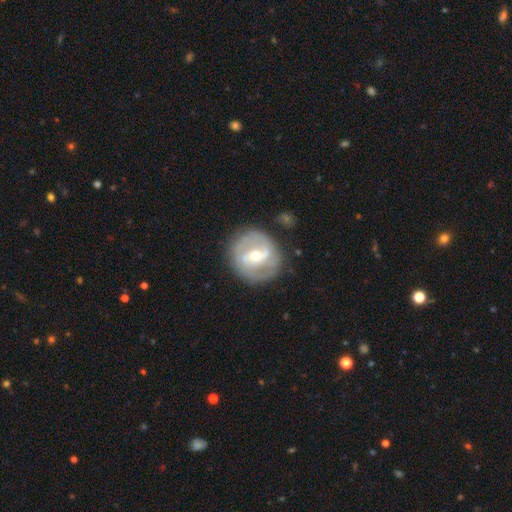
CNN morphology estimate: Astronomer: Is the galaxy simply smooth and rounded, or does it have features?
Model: featured or disk — 79%.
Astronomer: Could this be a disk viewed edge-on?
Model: no — 97%.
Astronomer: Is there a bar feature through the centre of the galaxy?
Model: weak — 46% (runner-up: strong, 30%).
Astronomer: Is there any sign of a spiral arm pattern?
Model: yes — 87%.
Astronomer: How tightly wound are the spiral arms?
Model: medium — 43% (runner-up: tight, 40%).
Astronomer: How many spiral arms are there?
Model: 2 — 74%.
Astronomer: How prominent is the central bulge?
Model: moderate — 55% (runner-up: small, 41%).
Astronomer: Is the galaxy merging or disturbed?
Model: none — 78%.